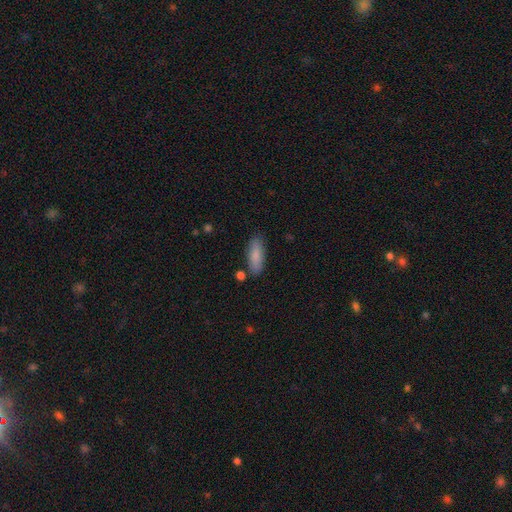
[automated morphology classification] Overall: smooth (84%). How rounded: in between (65%; cigar-shaped 33%). Merging: none (83%).